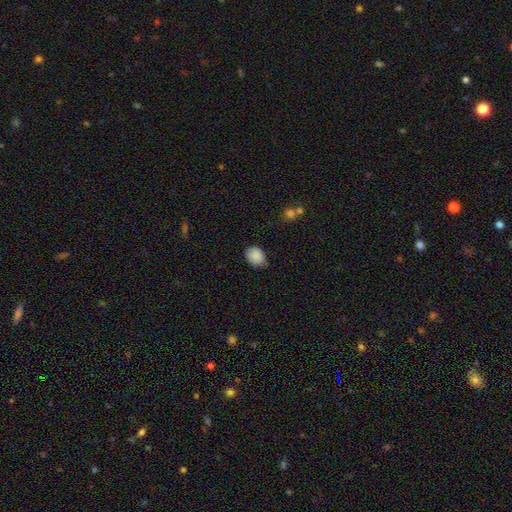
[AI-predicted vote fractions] This appears to be a smooth galaxy with no disk features (88%) that is in between round and cigar-shaped (51%). Merging: none (72%).